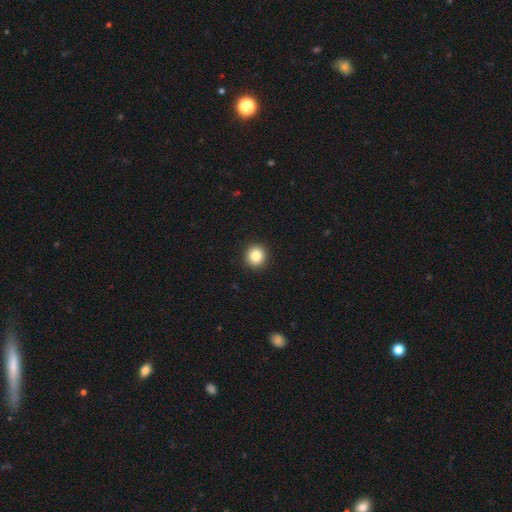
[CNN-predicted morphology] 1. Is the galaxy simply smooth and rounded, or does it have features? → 85% smooth, 10% star or artifact, 5% featured or disk.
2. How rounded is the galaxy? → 93% round, 6% in between, 1% cigar-shaped.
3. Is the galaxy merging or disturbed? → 93% none, 4% minor disturbance, 2% major disturbance, 1% merger.